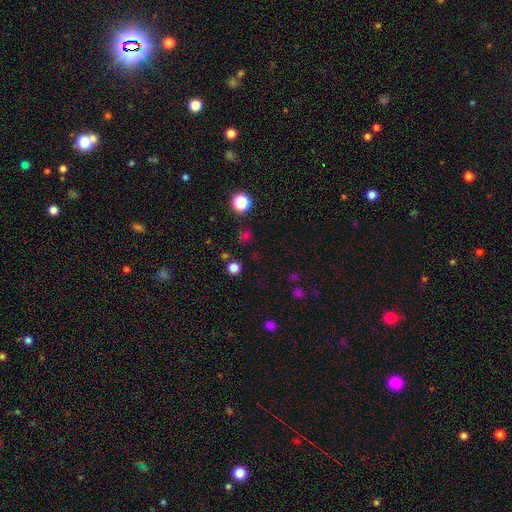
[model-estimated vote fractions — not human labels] Smooth or featured: smooth — 62% (star or artifact — 33%)
How rounded: round — 89% (in between — 10%)
Merging: none — 84% (minor disturbance — 9%)